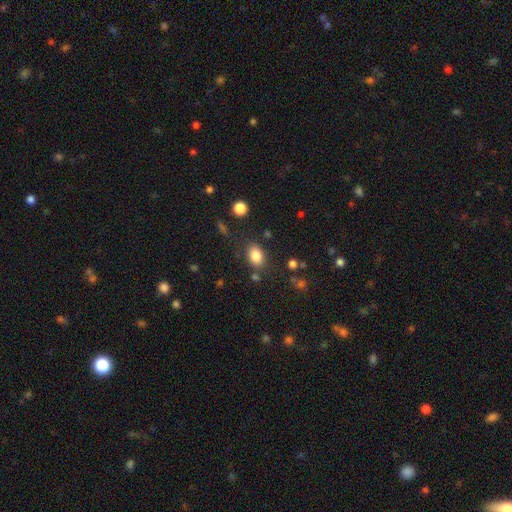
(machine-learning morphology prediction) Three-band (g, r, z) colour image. It shows a smooth galaxy with no disk features (85%) that is in between round and cigar-shaped (73%). Merging: none (78%).